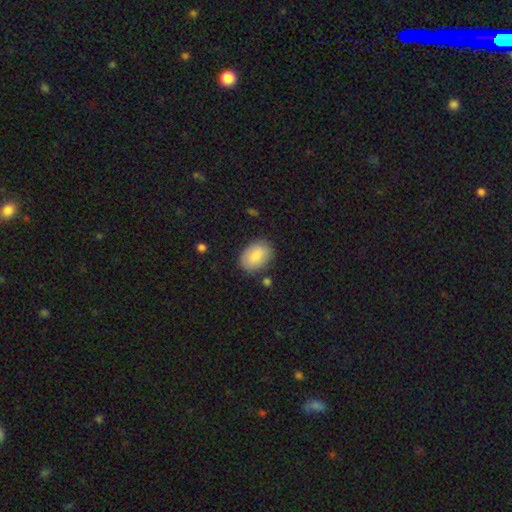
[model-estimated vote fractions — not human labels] smooth 83%, featured or disk 11%, star or artifact 6%. Down the decision tree: how rounded — in between (83%); merging — none (81%).